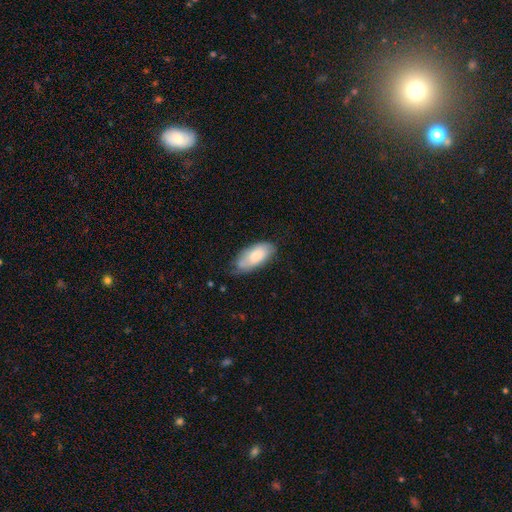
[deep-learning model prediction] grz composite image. It shows a smooth galaxy with no disk features (72%) that is in between round and cigar-shaped (90%). Merging: none (54%).